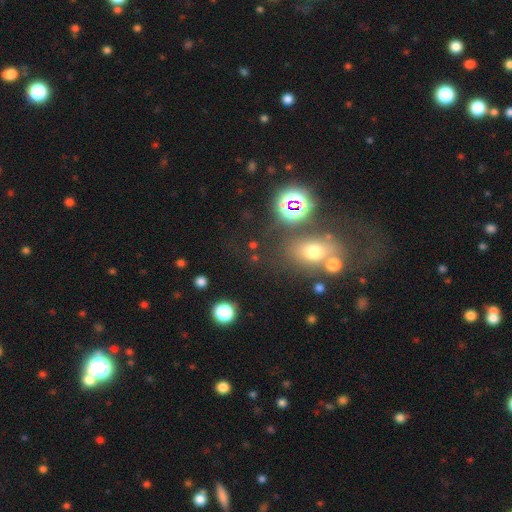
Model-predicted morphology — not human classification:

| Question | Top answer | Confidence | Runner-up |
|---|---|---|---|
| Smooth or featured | star or artifact | 46% | smooth (31%) |